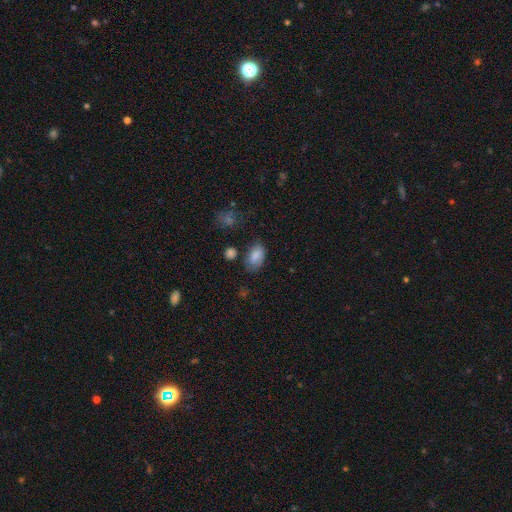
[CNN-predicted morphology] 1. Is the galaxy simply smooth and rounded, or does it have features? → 80% smooth, 11% featured or disk, 9% star or artifact.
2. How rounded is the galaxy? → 91% in between, 7% round, 2% cigar-shaped.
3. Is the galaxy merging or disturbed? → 64% none, 24% minor disturbance, 7% major disturbance, 5% merger.